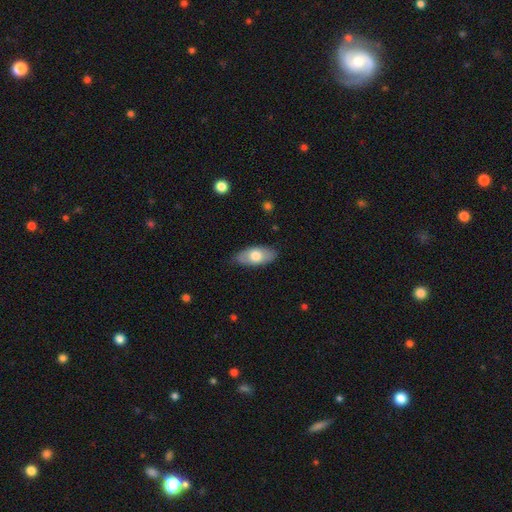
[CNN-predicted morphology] A smooth galaxy with no disk features (70%) that is in between round and cigar-shaped (90%). Merging: none (82%).